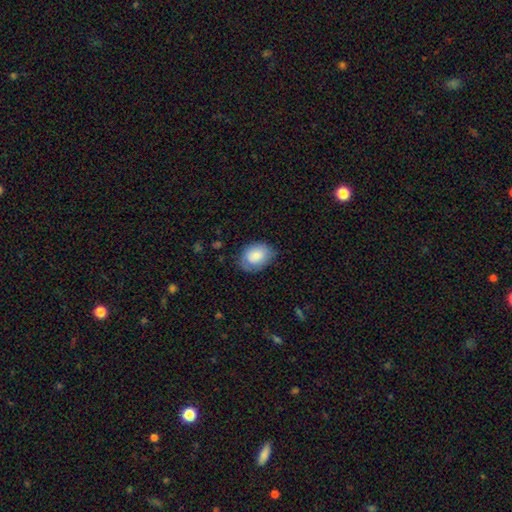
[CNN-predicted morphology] Smooth or featured: smooth — 83% (featured or disk — 11%)
How rounded: in between — 75% (round — 24%)
Merging: none — 70% (minor disturbance — 23%)